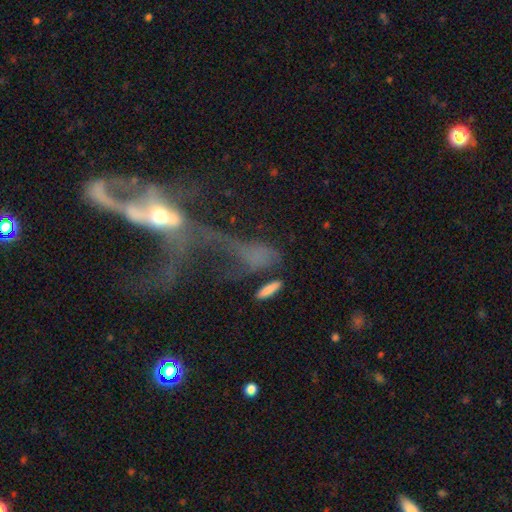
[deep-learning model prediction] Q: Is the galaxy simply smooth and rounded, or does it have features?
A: featured or disk — 55%.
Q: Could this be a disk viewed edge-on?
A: no — 82%.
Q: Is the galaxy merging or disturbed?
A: major disturbance — 40%.